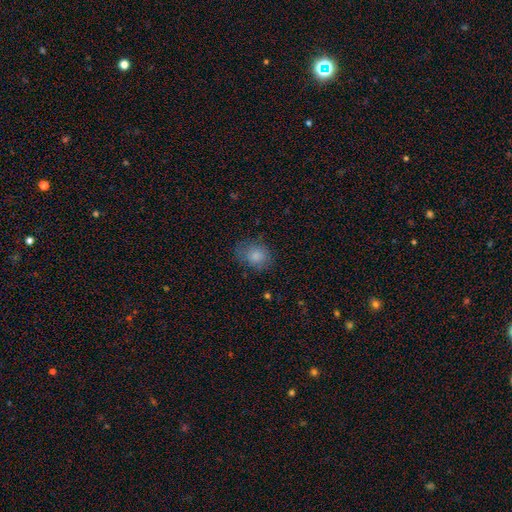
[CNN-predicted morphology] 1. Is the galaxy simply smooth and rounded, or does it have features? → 83% smooth, 9% star or artifact, 8% featured or disk.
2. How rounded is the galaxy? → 50% round, 49% in between, 1% cigar-shaped.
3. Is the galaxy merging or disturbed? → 73% none, 20% minor disturbance, 7% major disturbance, 1% merger.